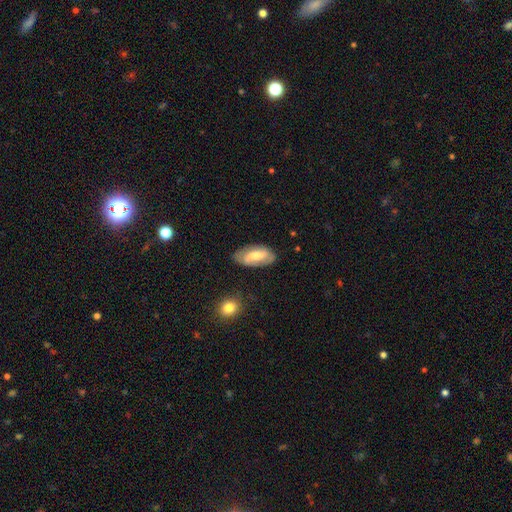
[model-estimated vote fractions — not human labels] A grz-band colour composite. It shows a smooth galaxy with no disk features (51%) that is in between round and cigar-shaped (90%). Merging: none (71%).